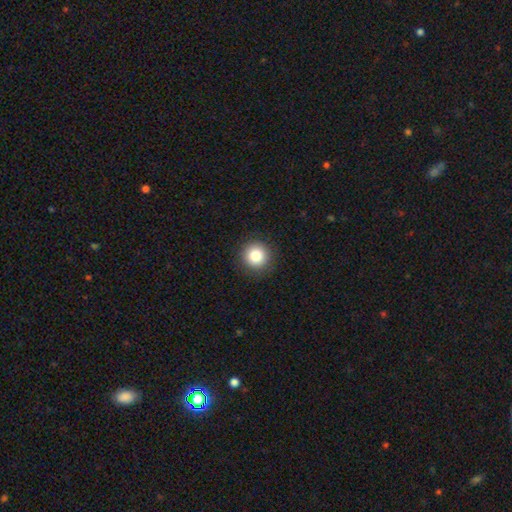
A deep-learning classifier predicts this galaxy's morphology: Smooth or featured: smooth — 84% (star or artifact — 10%)
How rounded: round — 95% (in between — 4%)
Merging: none — 91% (minor disturbance — 6%)